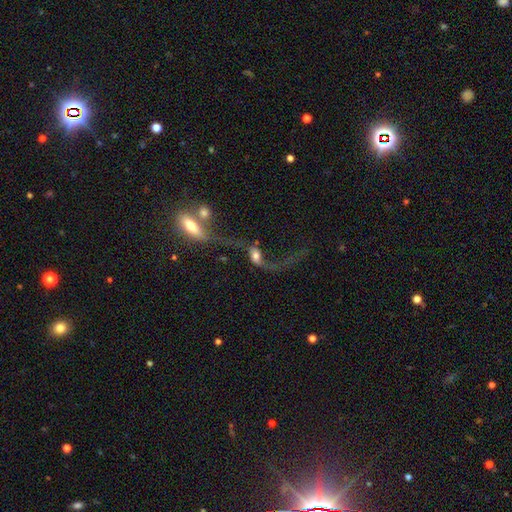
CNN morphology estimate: type=featured or disk (69%); edge-on=no (89%); bar=no (58%); spiral arms=yes (82%); winding=loose (95%); arm count=2 (84%); bulge=moderate (42%); merging=merger (36%).